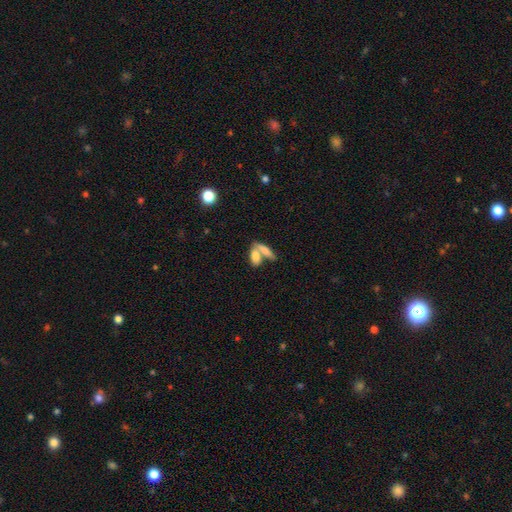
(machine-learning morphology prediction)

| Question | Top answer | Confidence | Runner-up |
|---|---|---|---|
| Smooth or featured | smooth | 74% | featured or disk (19%) |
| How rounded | in between | 77% | cigar-shaped (17%) |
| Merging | merger | 57% | none (31%) |